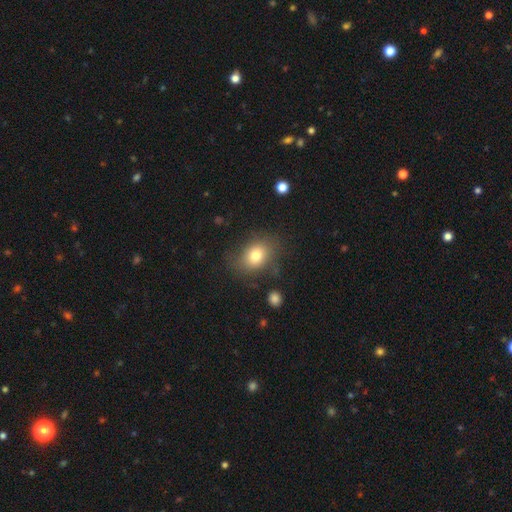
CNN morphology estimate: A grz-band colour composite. It shows a smooth galaxy with no disk features (76%) that is in between round and cigar-shaped (59%). Merging: none (70%).